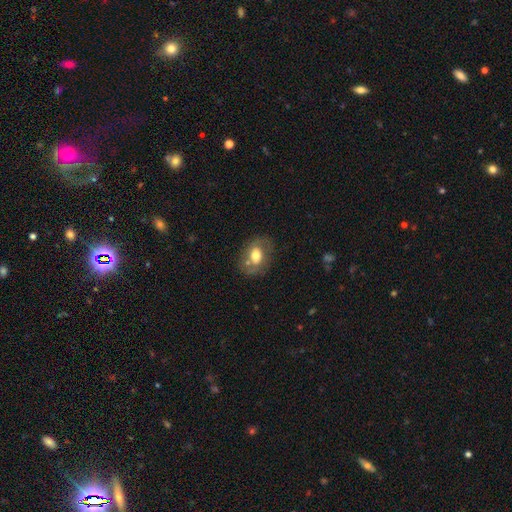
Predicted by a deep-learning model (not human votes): smooth-or-featured: smooth: 61% | featured or disk: 31% | star or artifact: 8%
  how-rounded: in between: 67% | round: 32% | cigar-shaped: 1%
  merging: none: 66% | minor disturbance: 20% | major disturbance: 8% | merger: 6%